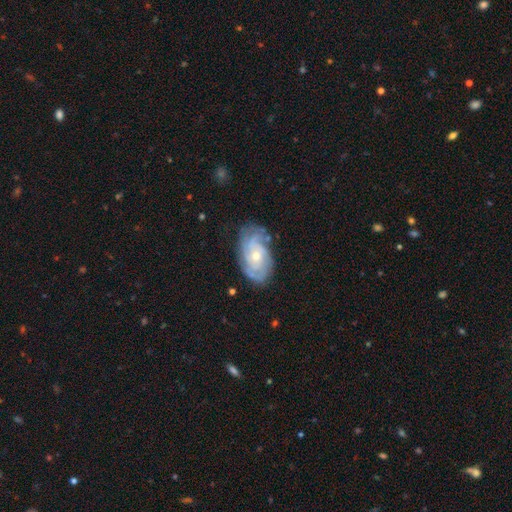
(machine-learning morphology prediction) This is clearly a featured or disk galaxy (81%). It is clearly not viewed edge-on (96%). Bar: likely no (75%). Spiral arm pattern: clearly yes (95%). Spiral arm count: marginally can't tell (34%). Spiral winding: likely tight (67%). Central bulge: possibly small (58%). Merging: likely none (74%).